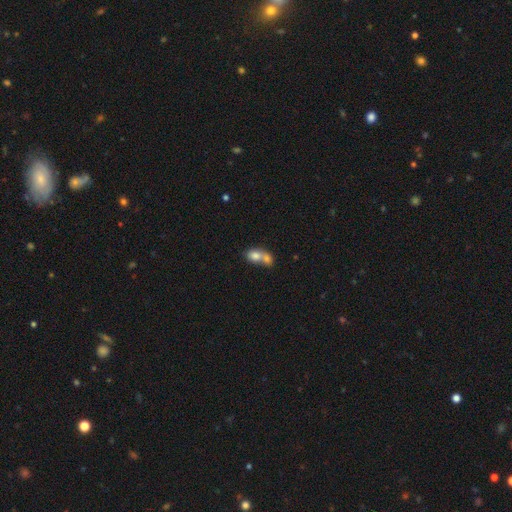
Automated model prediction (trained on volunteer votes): smooth 75%, featured or disk 17%, star or artifact 9%. Down the decision tree: how rounded — in between (62%); merging — merger (72%).